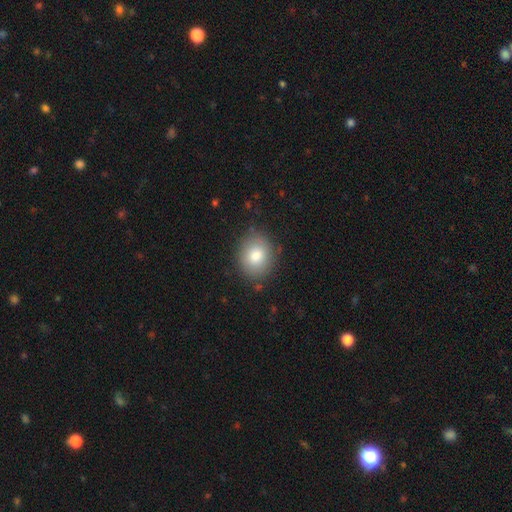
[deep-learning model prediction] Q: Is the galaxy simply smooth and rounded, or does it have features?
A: smooth — 81%.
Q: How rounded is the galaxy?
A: round — 55%.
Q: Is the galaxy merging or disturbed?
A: none — 83%.